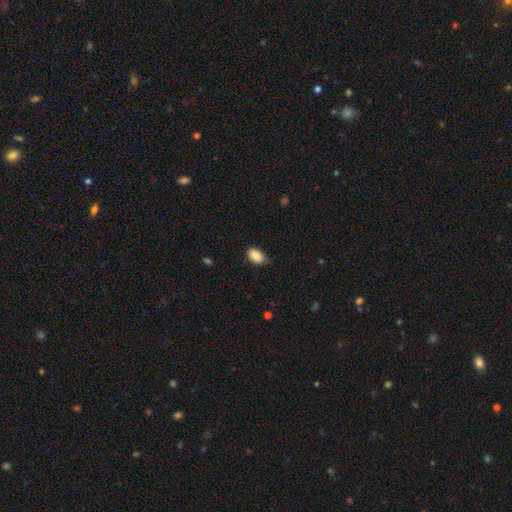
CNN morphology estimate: The model was most divided on "merging": none: 74%, minor disturbance: 21%, major disturbance: 3%, merger: 1%. More confident: how rounded — in between (91%); smooth or featured — smooth (89%).